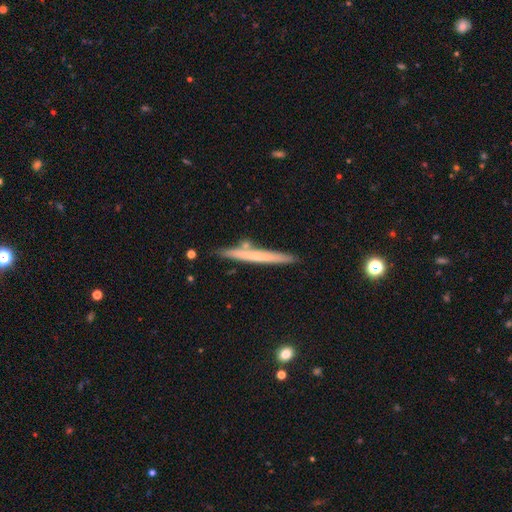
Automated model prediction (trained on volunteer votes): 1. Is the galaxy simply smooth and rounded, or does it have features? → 48% featured or disk, 46% smooth, 6% star or artifact.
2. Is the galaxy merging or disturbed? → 82% none, 11% minor disturbance, 6% merger, 2% major disturbance.